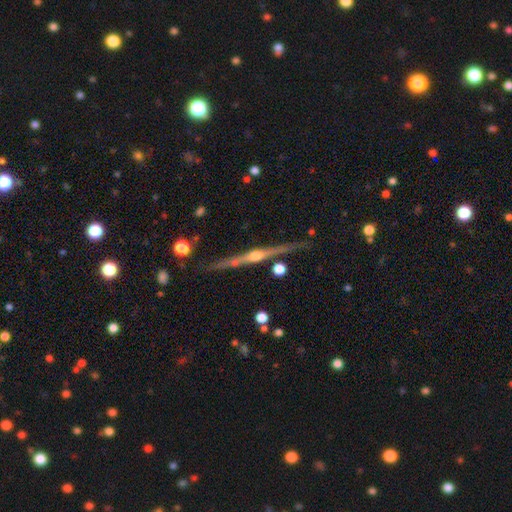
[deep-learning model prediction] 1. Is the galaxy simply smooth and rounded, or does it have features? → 85% featured or disk, 9% smooth, 6% star or artifact.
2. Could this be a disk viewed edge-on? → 98% yes, 2% no.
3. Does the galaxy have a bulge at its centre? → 92% rounded, 5% boxy, 3% none.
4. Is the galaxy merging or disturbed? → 85% none, 10% minor disturbance, 3% merger, 2% major disturbance.